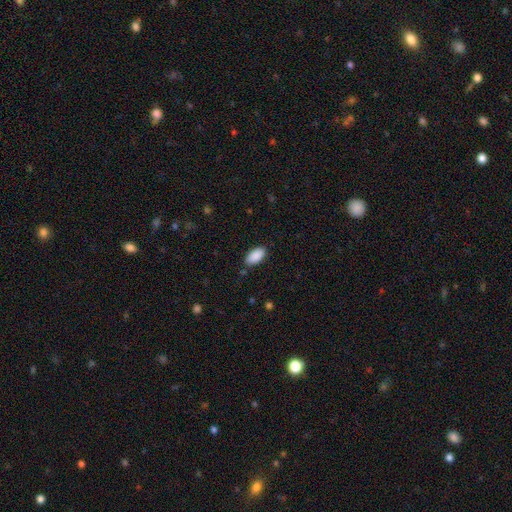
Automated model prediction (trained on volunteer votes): smooth 90%, star or artifact 6%, featured or disk 3%. Down the decision tree: how rounded — in between (95%); merging — none (86%).